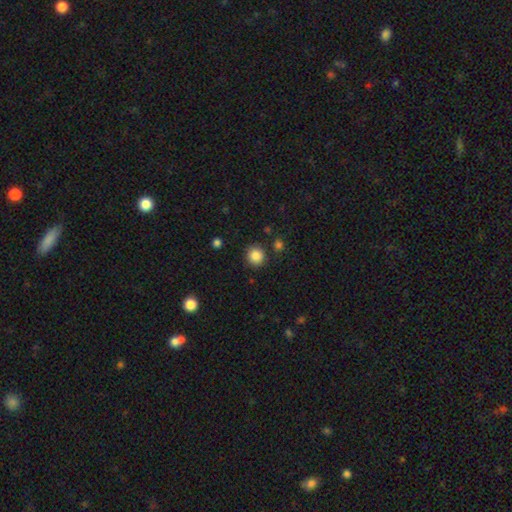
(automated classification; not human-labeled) Morphology: type=smooth (85%); roundness=round (93%); merging=none (89%).